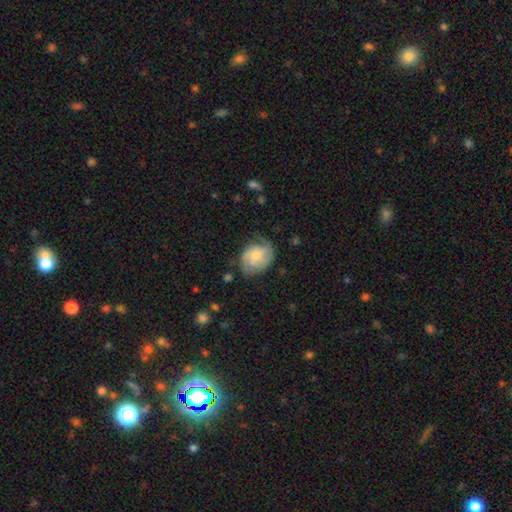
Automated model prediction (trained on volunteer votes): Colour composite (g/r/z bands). It shows a featured or disk galaxy (57%) with no bar (58%), spiral arms (88%) and a moderate central bulge (47%). Merging: none (60%).